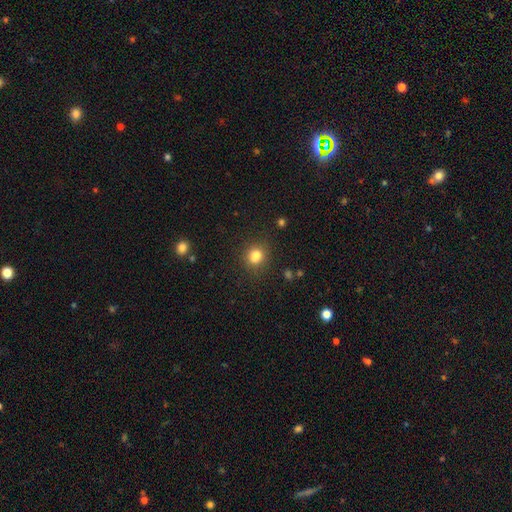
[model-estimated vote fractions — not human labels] A smooth galaxy with no disk features (80%) that is round (65%).

Vote fractions:
- Smooth or featured? smooth: 80% / star or artifact: 13% / featured or disk: 7%
- How rounded? round: 65% / in between: 34% / cigar-shaped: 1%
- Merging? none: 70% / minor disturbance: 14% / merger: 11% / major disturbance: 5%